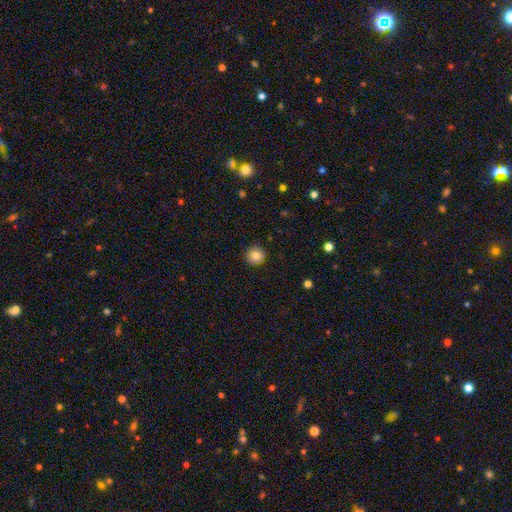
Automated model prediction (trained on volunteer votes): A smooth galaxy with no disk features (83%) that is round (93%).

Vote fractions:
- Smooth or featured? smooth: 83% / star or artifact: 10% / featured or disk: 7%
- How rounded? round: 93% / in between: 6% / cigar-shaped: 1%
- Merging? none: 91% / minor disturbance: 6% / major disturbance: 2% / merger: 1%